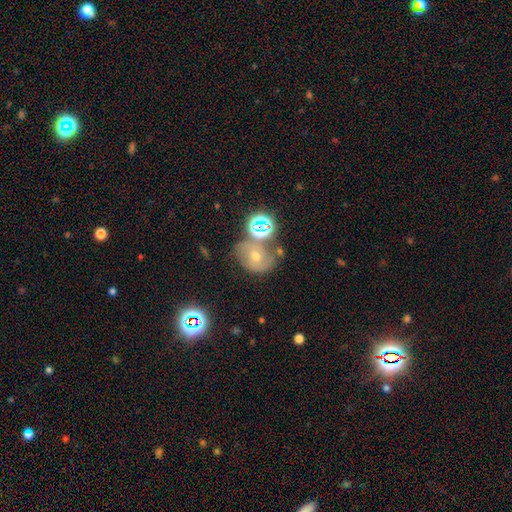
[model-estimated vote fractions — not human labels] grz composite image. It shows a featured or disk galaxy (38%). Merging: none (58%).